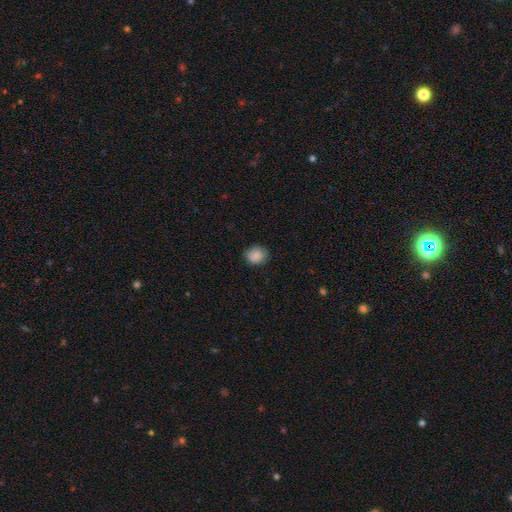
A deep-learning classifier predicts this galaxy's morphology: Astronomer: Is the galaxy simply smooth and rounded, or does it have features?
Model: smooth — 88%.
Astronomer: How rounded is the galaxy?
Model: round — 74%.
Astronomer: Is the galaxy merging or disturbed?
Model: none — 83%.